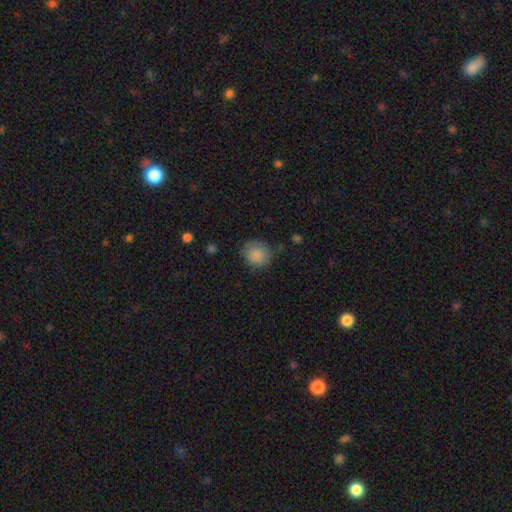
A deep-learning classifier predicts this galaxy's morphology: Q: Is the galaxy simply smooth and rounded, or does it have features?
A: smooth — 87%.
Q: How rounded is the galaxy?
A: round — 84%.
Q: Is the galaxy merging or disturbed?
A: none — 79%.